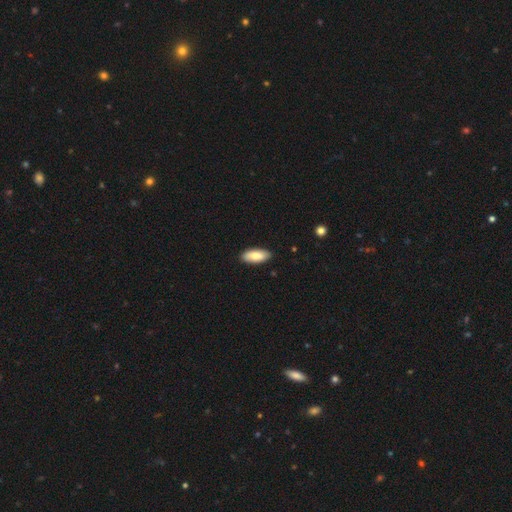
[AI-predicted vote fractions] Smooth or featured? Predicted: smooth (p=0.82). How rounded? Predicted: in between (p=0.85). Merging? Predicted: none (p=0.89).